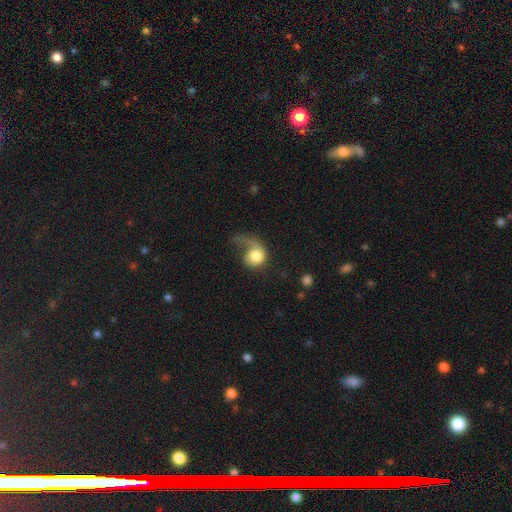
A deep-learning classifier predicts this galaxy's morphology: This appears to be a smooth galaxy with no disk features (59%) that is round (74%). Merging: major disturbance (56%).